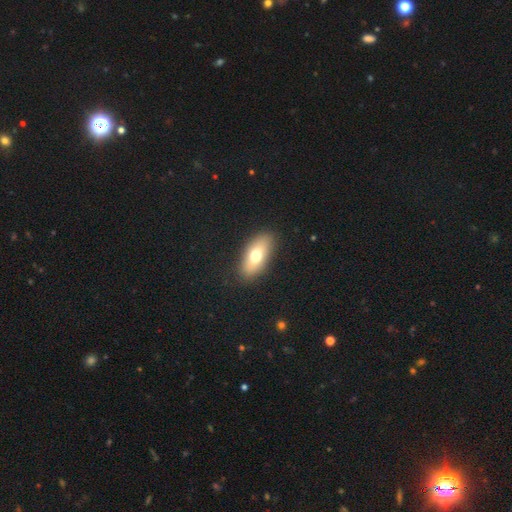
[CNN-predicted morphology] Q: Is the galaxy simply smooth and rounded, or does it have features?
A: smooth — 68%.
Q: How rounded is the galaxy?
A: in between — 85%.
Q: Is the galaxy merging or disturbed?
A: none — 86%.